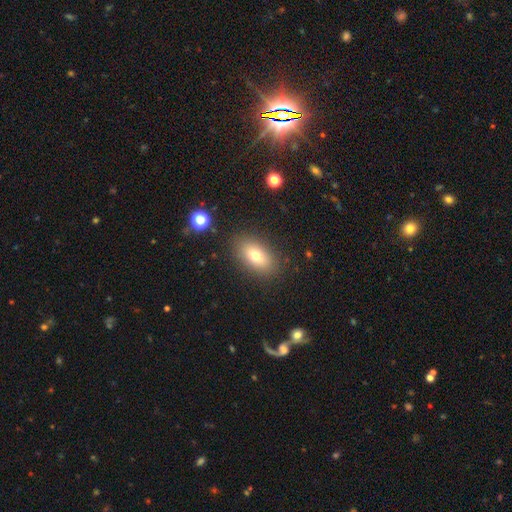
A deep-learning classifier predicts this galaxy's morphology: Smooth or featured: smooth — 74% (featured or disk — 16%)
How rounded: in between — 87% (round — 9%)
Merging: none — 86% (minor disturbance — 9%)